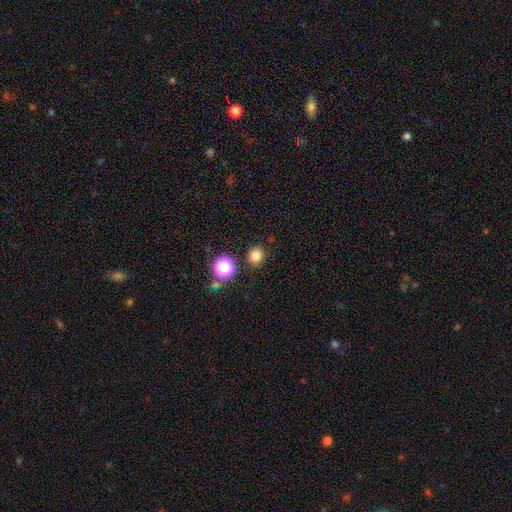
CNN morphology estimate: Smooth or featured: smooth — 81% (star or artifact — 15%)
How rounded: round — 85% (in between — 14%)
Merging: none — 88% (minor disturbance — 7%)